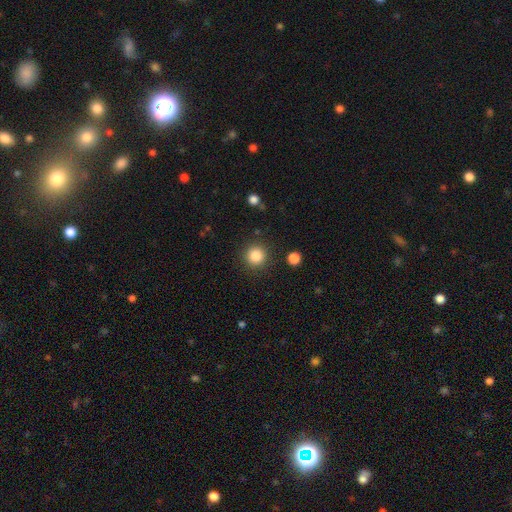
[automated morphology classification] Smooth or featured: smooth — 85% (star or artifact — 10%)
How rounded: round — 95% (in between — 4%)
Merging: none — 89% (minor disturbance — 6%)